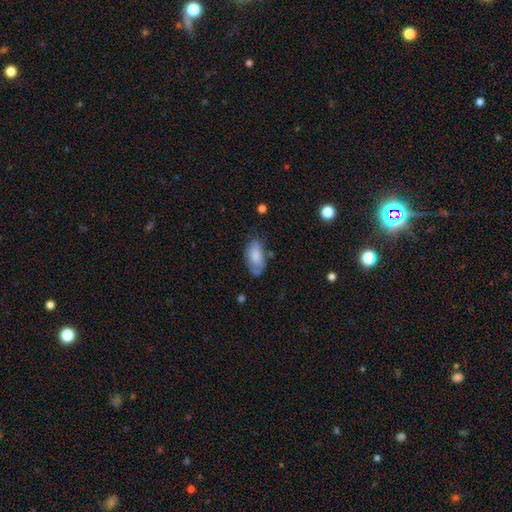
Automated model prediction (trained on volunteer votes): Morphology: type=smooth (69%); roundness=in between (93%); merging=none (55%).